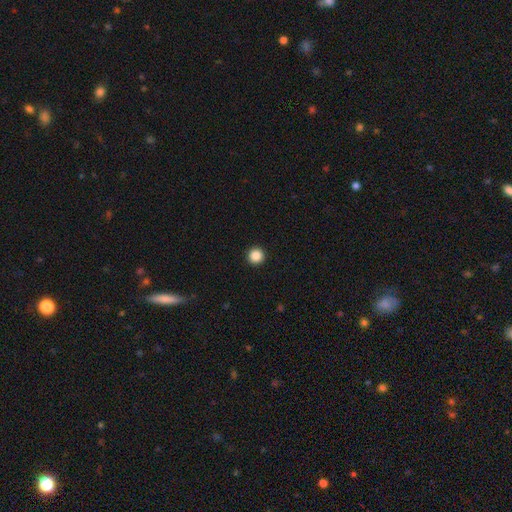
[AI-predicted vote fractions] smooth 87%, star or artifact 10%, featured or disk 3%. Down the decision tree: how rounded — round (97%); merging — none (94%).